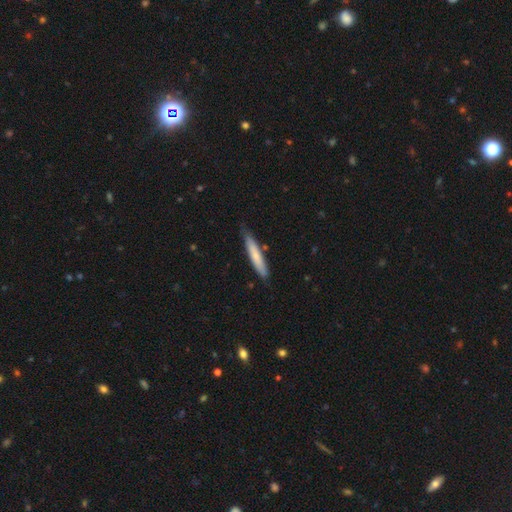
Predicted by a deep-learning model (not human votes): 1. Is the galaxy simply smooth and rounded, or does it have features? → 70% smooth, 25% featured or disk, 5% star or artifact.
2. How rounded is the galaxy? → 92% cigar-shaped, 7% in between, 1% round.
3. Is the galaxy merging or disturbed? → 76% none, 19% minor disturbance, 3% merger, 2% major disturbance.